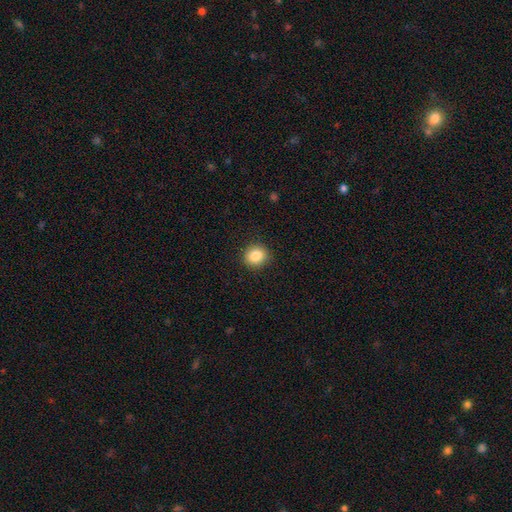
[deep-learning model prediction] smooth 85%, star or artifact 9%, featured or disk 6%. Down the decision tree: how rounded — round (85%); merging — none (91%).